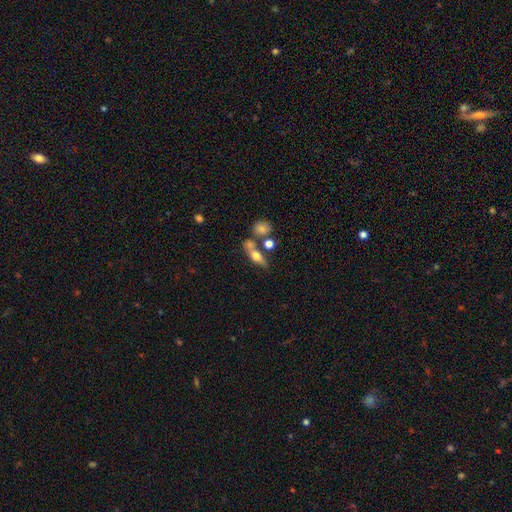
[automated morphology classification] This appears to be a smooth galaxy with no disk features (53%) that is in between round and cigar-shaped (48%). Merging: none (56%).